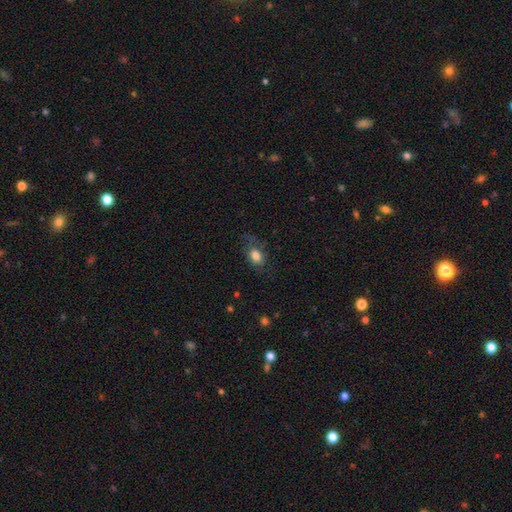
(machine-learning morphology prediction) A smooth galaxy with no disk features (73%) that is in between round and cigar-shaped (78%). Merging: none (59%).